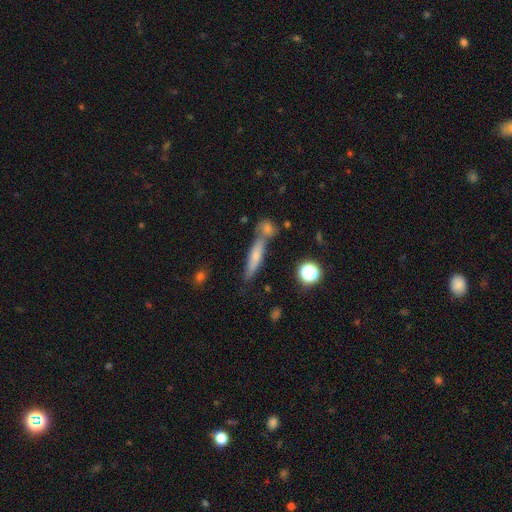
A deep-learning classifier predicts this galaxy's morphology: Q: Smooth or featured?
A: smooth (57%); runner-up: featured or disk (31%)
Q: How rounded?
A: cigar-shaped (79%); runner-up: in between (17%)
Q: Merging?
A: none (60%); runner-up: merger (23%)